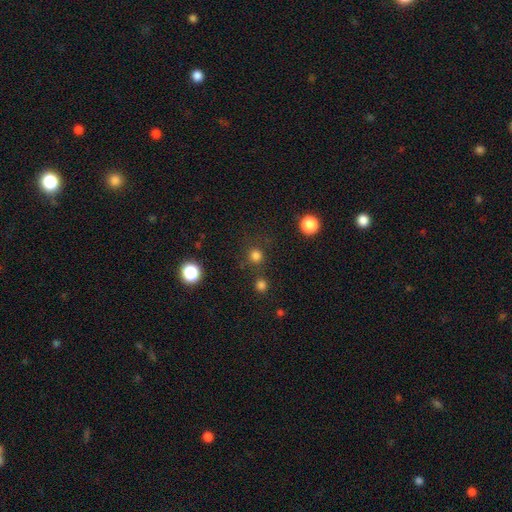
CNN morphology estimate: A smooth galaxy with no disk features (78%) that is round (94%). Merging: none (82%).